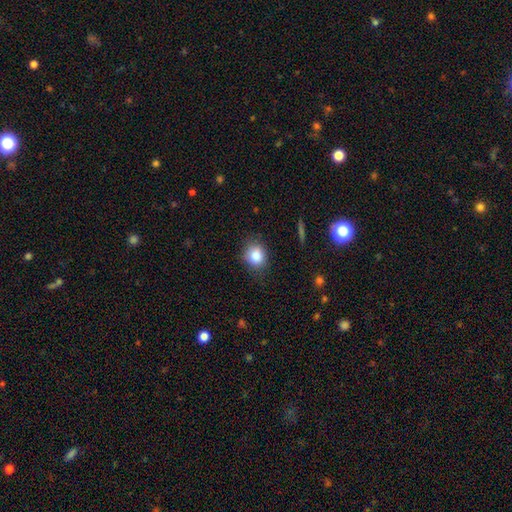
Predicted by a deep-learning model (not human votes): The model was most divided on "how rounded": round: 66%, in between: 33%, cigar-shaped: 1%. More confident: smooth or featured — smooth (84%); merging — none (79%).